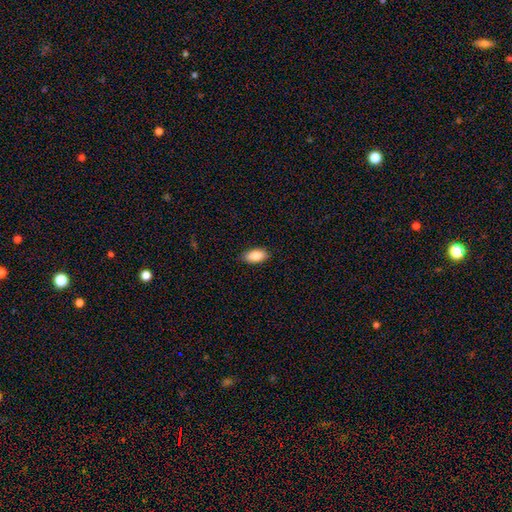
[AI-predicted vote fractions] smooth_or_featured: smooth (p=0.88) [alt: star or artifact p=0.07]
how_rounded: in between (p=0.92) [alt: cigar-shaped p=0.05]
merging: none (p=0.86) [alt: minor disturbance p=0.11]